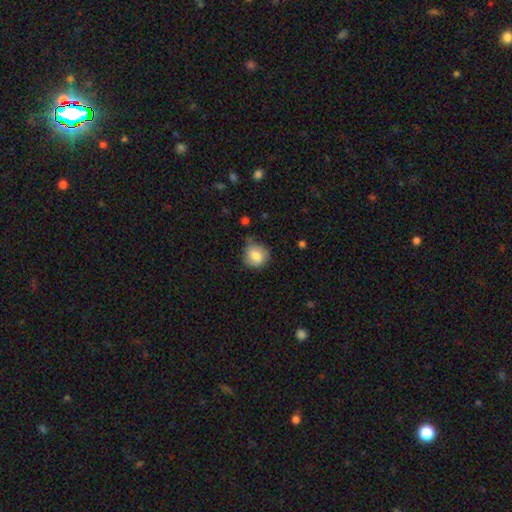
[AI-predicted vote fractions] A smooth galaxy with no disk features (80%) that is round (80%).

Vote fractions:
- Smooth or featured? smooth: 80% / featured or disk: 12% / star or artifact: 8%
- How rounded? round: 80% / in between: 19% / cigar-shaped: 1%
- Merging? none: 63% / minor disturbance: 28% / major disturbance: 6% / merger: 3%